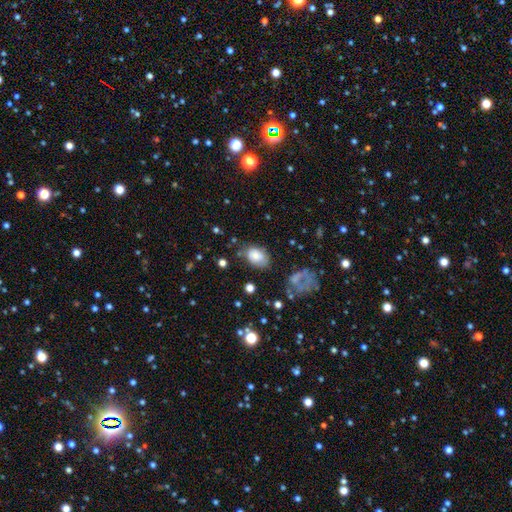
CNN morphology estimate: A smooth galaxy with no disk features (74%) that is in between round and cigar-shaped (80%). Merging: none (59%).